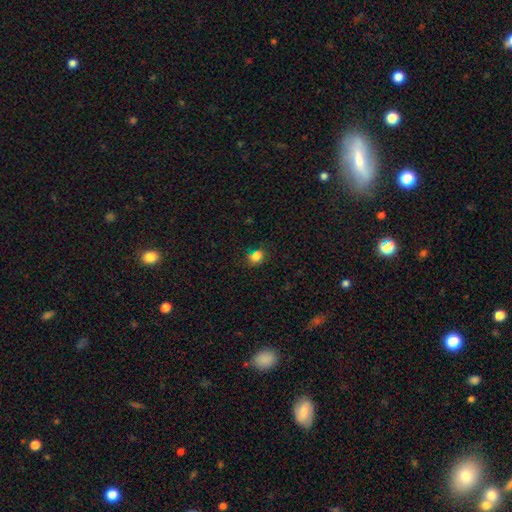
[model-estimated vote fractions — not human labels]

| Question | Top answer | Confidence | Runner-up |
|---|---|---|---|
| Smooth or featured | smooth | 77% | star or artifact (18%) |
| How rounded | round | 53% | in between (46%) |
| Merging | none | 71% | minor disturbance (17%) |